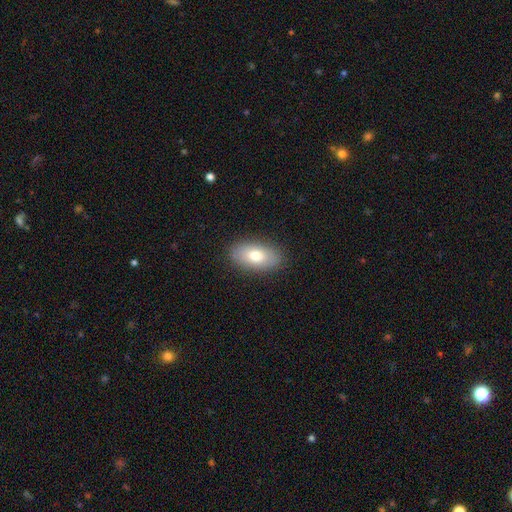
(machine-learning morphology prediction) Smooth or featured?
  - smooth: 75% *
  - featured or disk: 17%
  - star or artifact: 8%
How rounded?
  - in between: 90% *
  - round: 6%
  - cigar-shaped: 4%
Merging?
  - none: 87% *
  - minor disturbance: 9%
  - major disturbance: 3%
  - merger: 1%